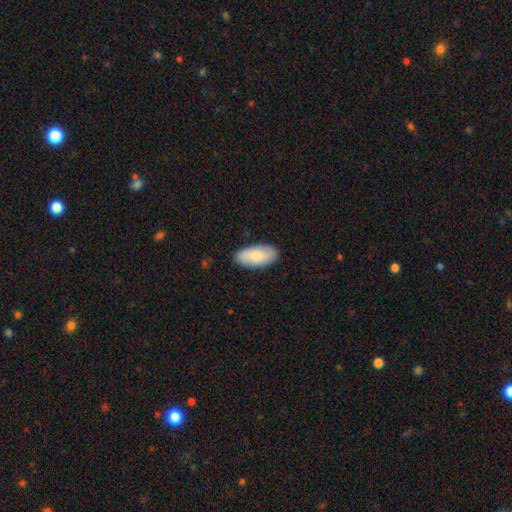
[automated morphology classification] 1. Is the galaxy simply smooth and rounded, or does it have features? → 82% smooth, 12% featured or disk, 6% star or artifact.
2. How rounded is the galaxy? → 92% in between, 6% cigar-shaped, 2% round.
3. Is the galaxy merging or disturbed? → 87% none, 10% minor disturbance, 2% major disturbance, 1% merger.